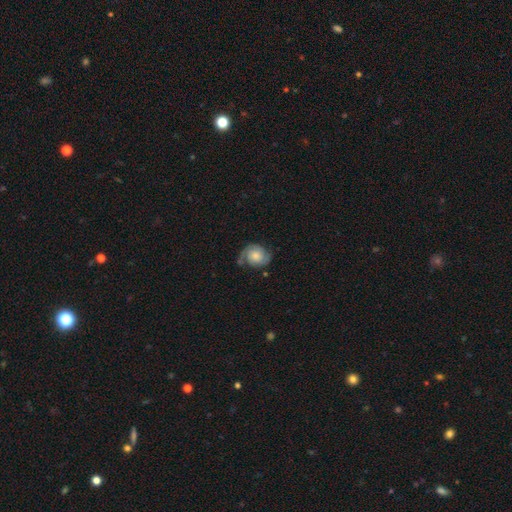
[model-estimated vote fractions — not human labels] This appears to be a featured or disk galaxy (67%) with no bar (75%), 2 (75%) tight (42%) spiral arms (93%) and a moderate central bulge (39%). Merging: none (59%).